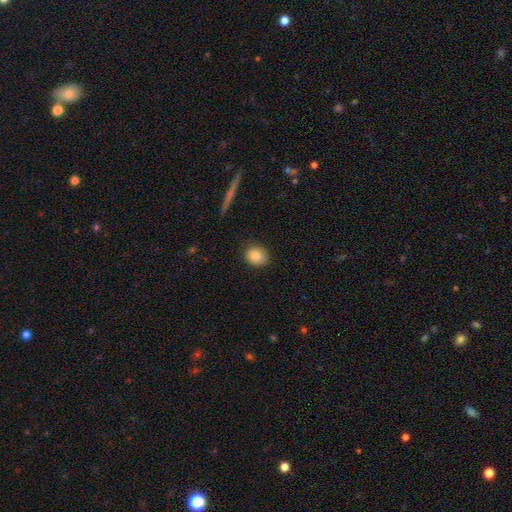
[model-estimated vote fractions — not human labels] Smooth or featured: smooth — 87% (star or artifact — 8%)
How rounded: round — 65% (in between — 34%)
Merging: none — 86% (minor disturbance — 11%)